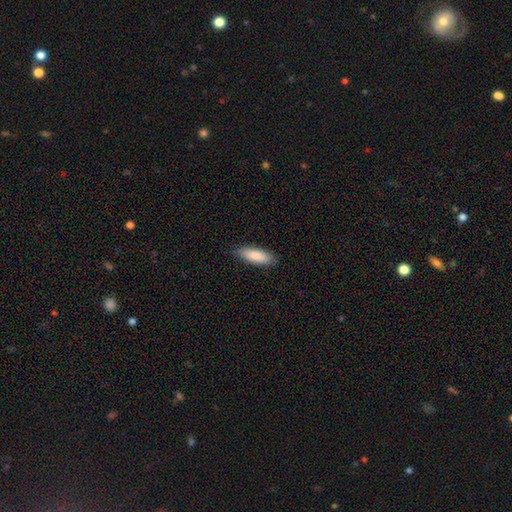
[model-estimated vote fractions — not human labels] Smooth or featured?
  - smooth: 87% *
  - featured or disk: 7%
  - star or artifact: 5%
How rounded?
  - in between: 60% *
  - cigar-shaped: 39%
  - round: 1%
Merging?
  - none: 83% *
  - minor disturbance: 14%
  - major disturbance: 2%
  - merger: 1%